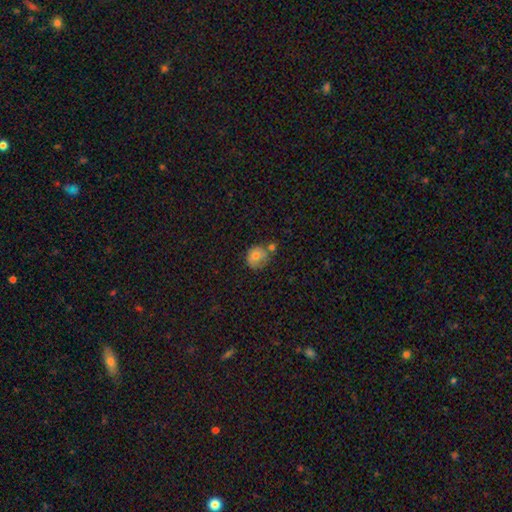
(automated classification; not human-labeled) This appears to be a smooth galaxy with no disk features (75%) that is round (74%). Merging: none (51%).